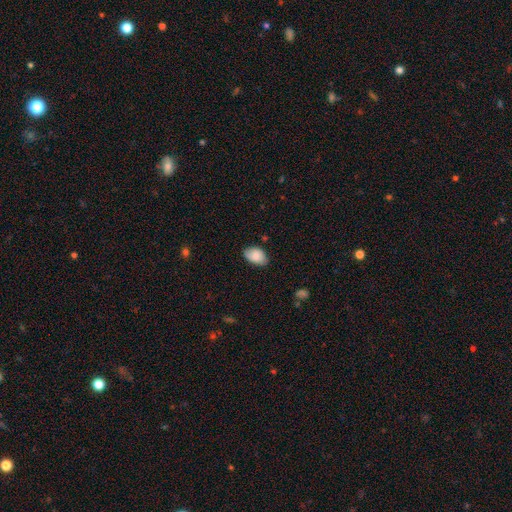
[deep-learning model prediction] Smooth or featured? smooth (84%)
How rounded? in between (90%)
Merging? none (77%)